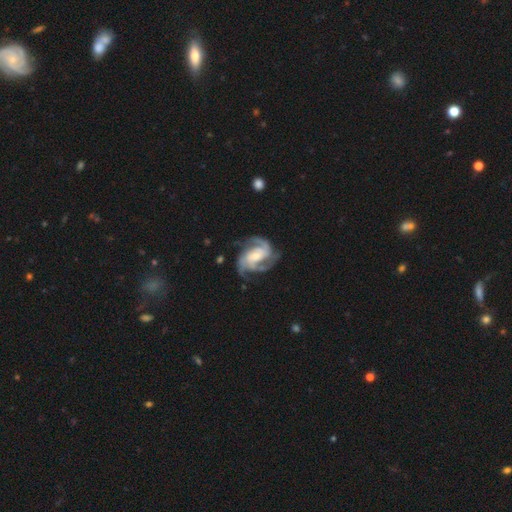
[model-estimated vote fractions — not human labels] This appears to be a featured or disk galaxy (92%) with no bar (45%), 3 (47%) medium (49%) spiral arms (98%) and a small central bulge (43%). Merging: none (72%).